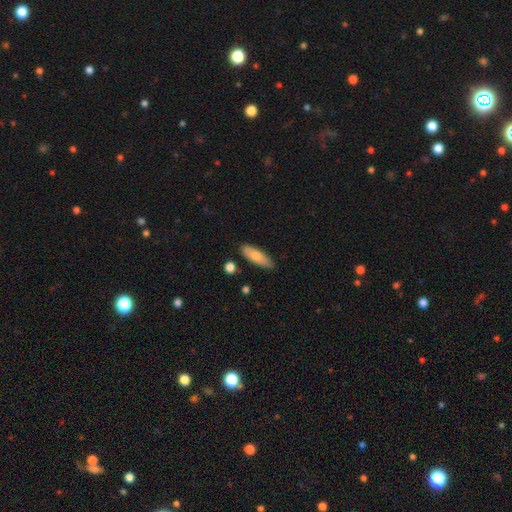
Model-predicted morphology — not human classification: type=smooth (79%); roundness=in between (60%); merging=none (81%).